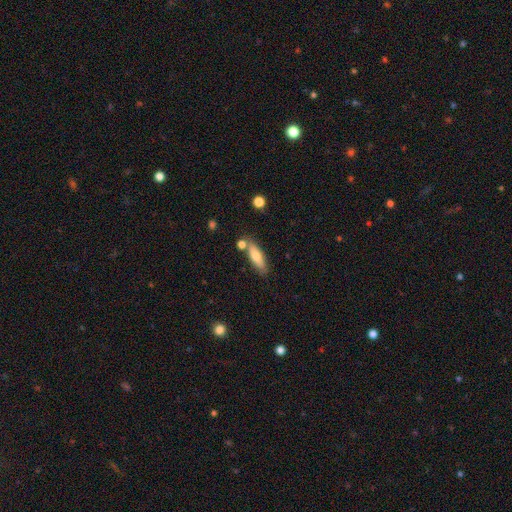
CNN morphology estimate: A smooth galaxy with no disk features (67%) that is in between round and cigar-shaped (50%). Merging: none (70%).